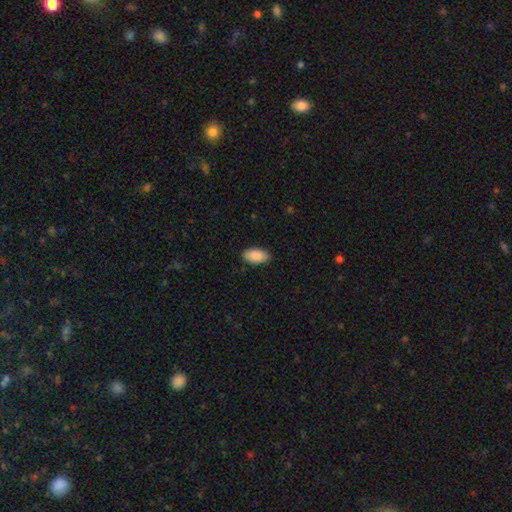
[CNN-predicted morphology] This appears to be a smooth galaxy with no disk features (90%) that is in between round and cigar-shaped (95%). Merging: none (87%).